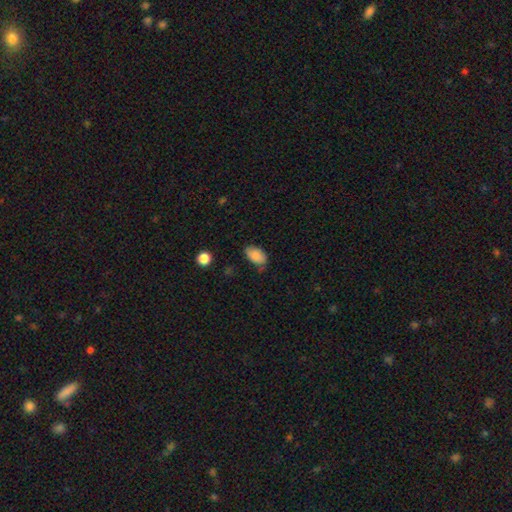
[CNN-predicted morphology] This appears to be a smooth galaxy with no disk features (87%) that is in between round and cigar-shaped (92%). Merging: none (73%).